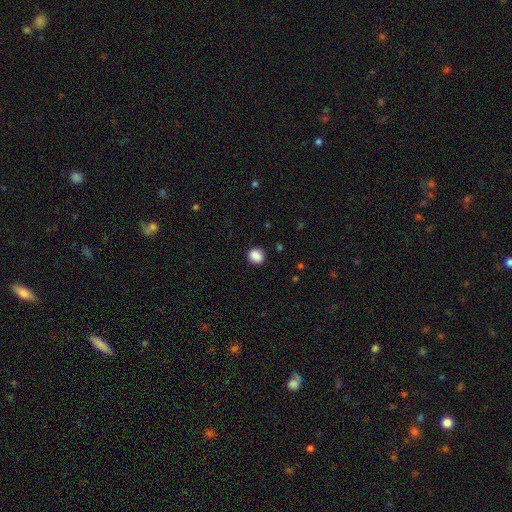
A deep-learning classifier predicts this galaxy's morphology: Smooth or featured? smooth (88%)
How rounded? round (73%)
Merging? none (87%)